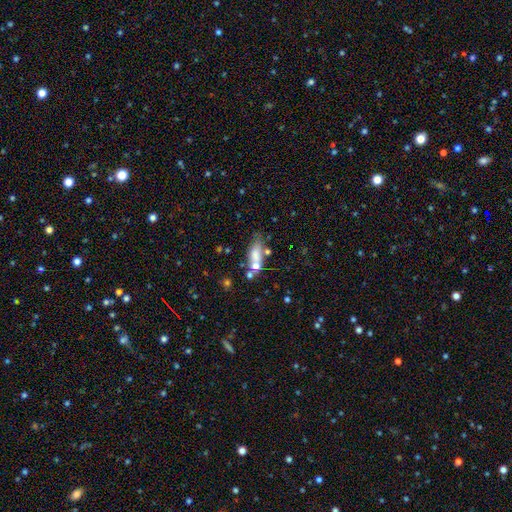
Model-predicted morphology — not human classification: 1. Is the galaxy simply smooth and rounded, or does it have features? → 66% smooth, 22% featured or disk, 12% star or artifact.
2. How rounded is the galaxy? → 70% in between, 24% cigar-shaped, 6% round.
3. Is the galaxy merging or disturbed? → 47% none, 23% merger, 19% minor disturbance, 11% major disturbance.